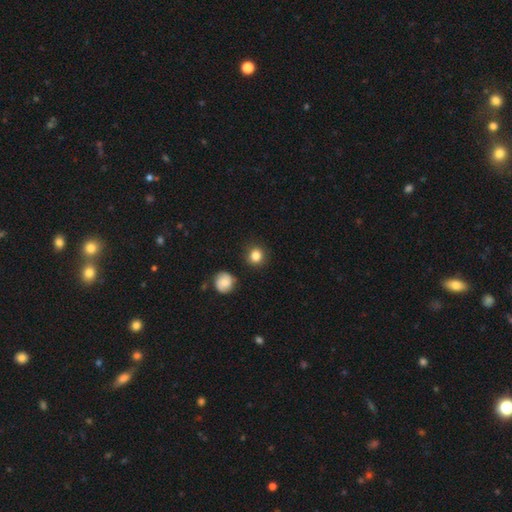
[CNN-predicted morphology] smooth 84%, star or artifact 11%, featured or disk 6%. Down the decision tree: how rounded — round (92%); merging — none (88%).